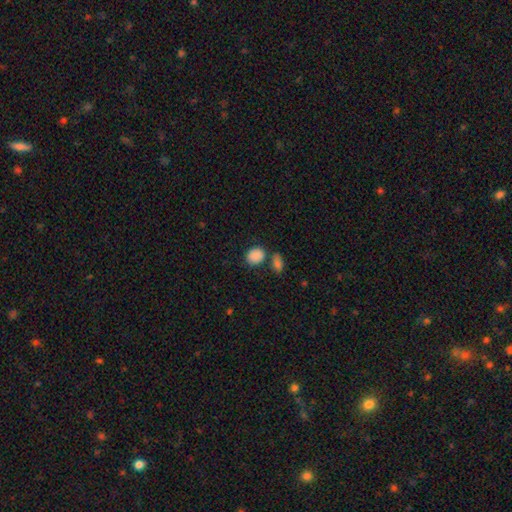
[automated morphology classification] Smooth or featured? Predicted: smooth (p=0.87). How rounded? Predicted: in between (p=0.54). Merging? Predicted: none (p=0.65).